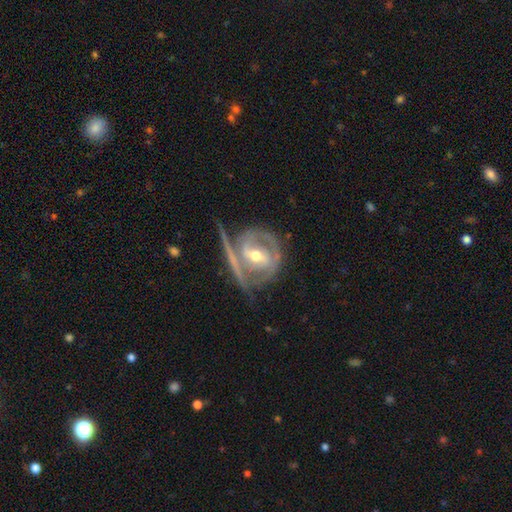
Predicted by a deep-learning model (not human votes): A featured or disk galaxy (83%) with a weak bar (40%), 2 (54%) tight (54%) spiral arms (81%) and a moderate central bulge (67%).

Vote fractions:
- Smooth or featured? featured or disk: 83% / smooth: 12% / star or artifact: 5%
- Edge-on disk? no: 93% / yes: 7%
- Bar? weak: 40% / strong: 39% / no: 21%
- Spiral arms? yes: 81% / no: 19%
- Spiral winding? tight: 54% / medium: 34% / loose: 11%
- Spiral arm count? 2: 54% / can't tell: 22% / 1: 13% / 3: 8% / 4: 2% / more than 4: 2%
- Bulge size? moderate: 67% / small: 27% / large: 4% / none: 1% / dominant: 1%
- Merging? none: 48% / minor disturbance: 21% / major disturbance: 17% / merger: 15%